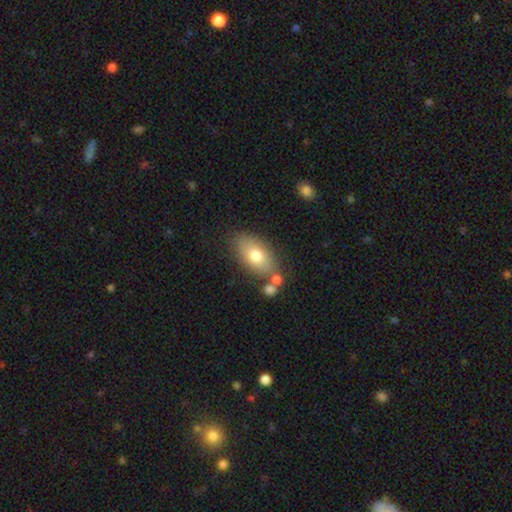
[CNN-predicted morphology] smooth 74%, featured or disk 18%, star or artifact 8%. Down the decision tree: how rounded — in between (89%); merging — none (70%).